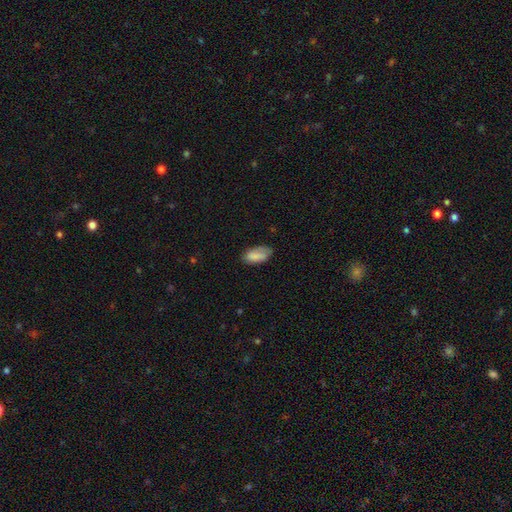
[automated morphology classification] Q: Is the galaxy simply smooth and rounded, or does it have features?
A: smooth — 83%.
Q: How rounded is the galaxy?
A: in between — 90%.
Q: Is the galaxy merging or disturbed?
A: none — 66%.